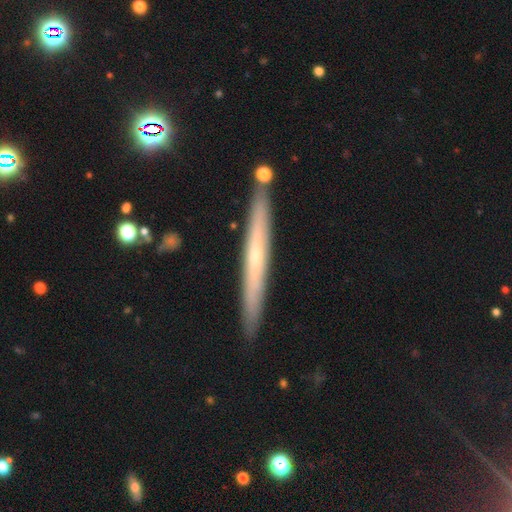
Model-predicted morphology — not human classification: A featured or disk galaxy (53%) viewed edge-on (94%).

Vote fractions:
- Smooth or featured? featured or disk: 53% / smooth: 41% / star or artifact: 6%
- Edge-on disk? yes: 94% / no: 6%
- Merging? none: 89% / minor disturbance: 7% / merger: 2% / major disturbance: 1%